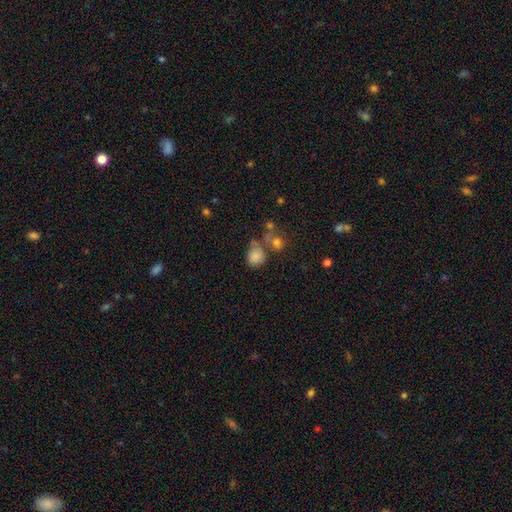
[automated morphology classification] Smooth or featured: smooth — 80% (star or artifact — 11%)
How rounded: round — 70% (in between — 28%)
Merging: none — 45% (merger — 26%)